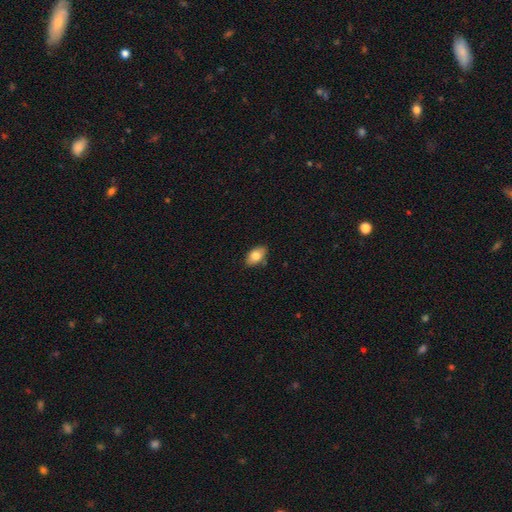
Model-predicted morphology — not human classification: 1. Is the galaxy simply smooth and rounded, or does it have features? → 80% smooth, 13% featured or disk, 7% star or artifact.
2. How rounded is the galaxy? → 91% in between, 7% round, 2% cigar-shaped.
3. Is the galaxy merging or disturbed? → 81% none, 15% minor disturbance, 2% major disturbance, 2% merger.